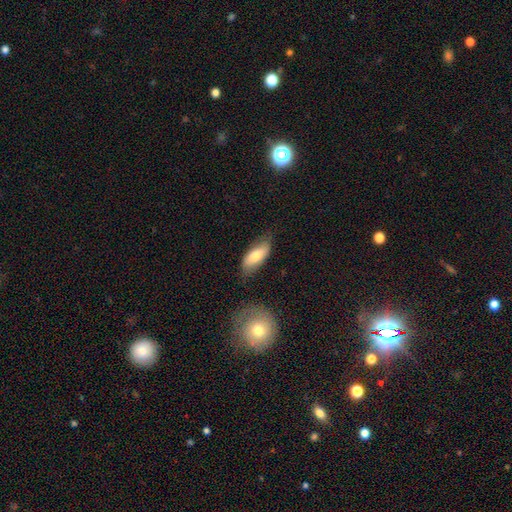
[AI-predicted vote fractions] Smooth or featured: smooth — 73% (featured or disk — 21%)
How rounded: in between — 82% (cigar-shaped — 16%)
Merging: none — 64% (minor disturbance — 26%)